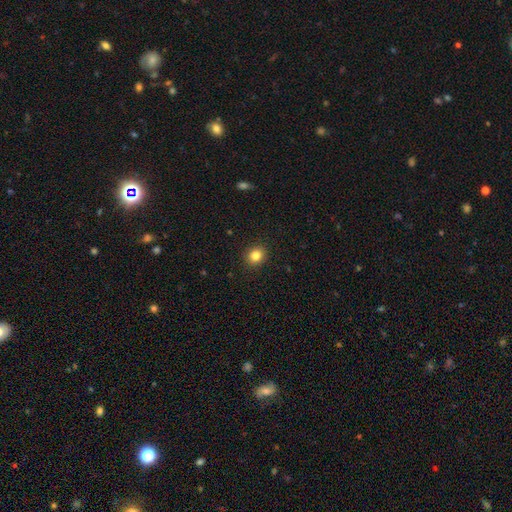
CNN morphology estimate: smooth 83%, star or artifact 11%, featured or disk 6%. Down the decision tree: how rounded — round (73%); merging — none (91%).